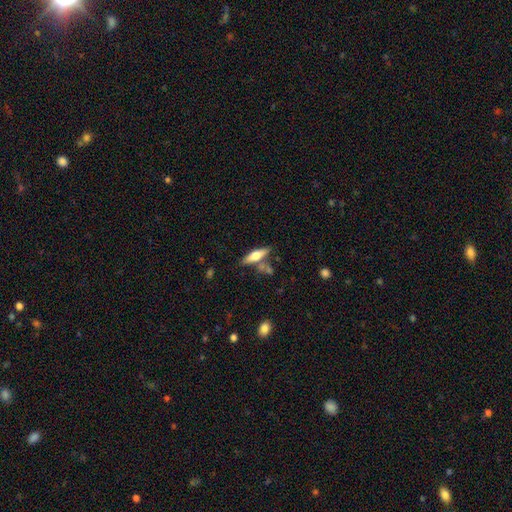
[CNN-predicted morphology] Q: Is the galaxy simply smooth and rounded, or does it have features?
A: smooth — 49%.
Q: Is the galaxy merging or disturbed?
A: none — 68%.